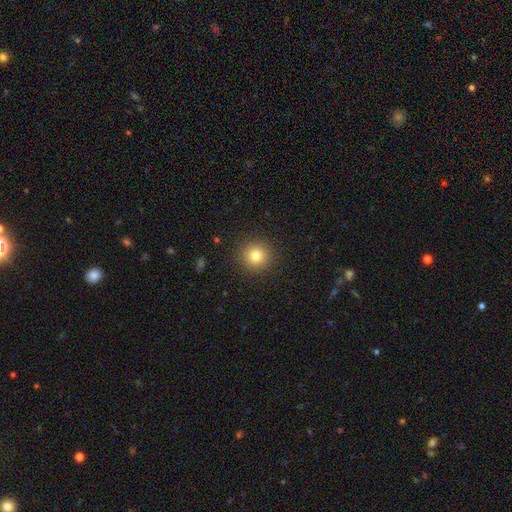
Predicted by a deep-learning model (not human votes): smooth-or-featured: smooth: 80% | star or artifact: 13% | featured or disk: 8%
  how-rounded: round: 95% | in between: 5% | cigar-shaped: 1%
  merging: none: 91% | minor disturbance: 5% | major disturbance: 2% | merger: 1%